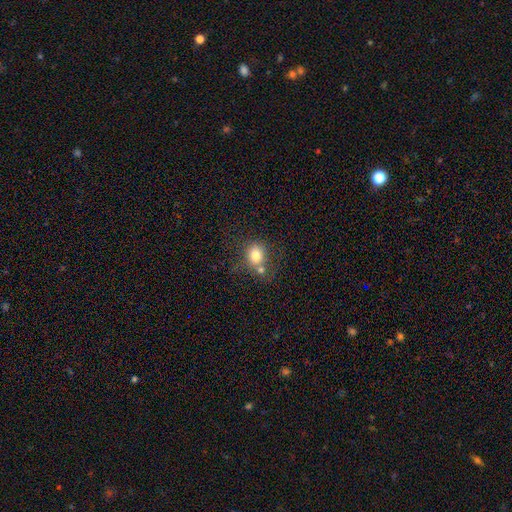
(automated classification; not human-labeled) Smooth or featured? Predicted: smooth (p=0.77). How rounded? Predicted: round (p=0.69). Merging? Predicted: none (p=0.47).